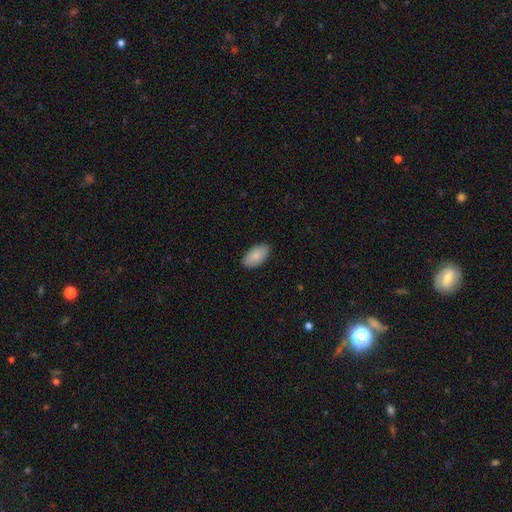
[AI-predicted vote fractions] smooth 88%, featured or disk 6%, star or artifact 6%. Down the decision tree: how rounded — in between (95%); merging — none (87%).